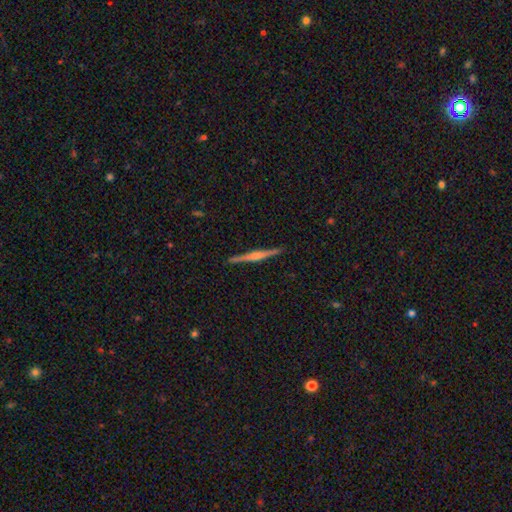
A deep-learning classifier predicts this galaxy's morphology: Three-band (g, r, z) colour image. It shows a featured or disk galaxy (74%) viewed edge-on (98%) with a rounded central bulge (65%). Merging: none (92%).